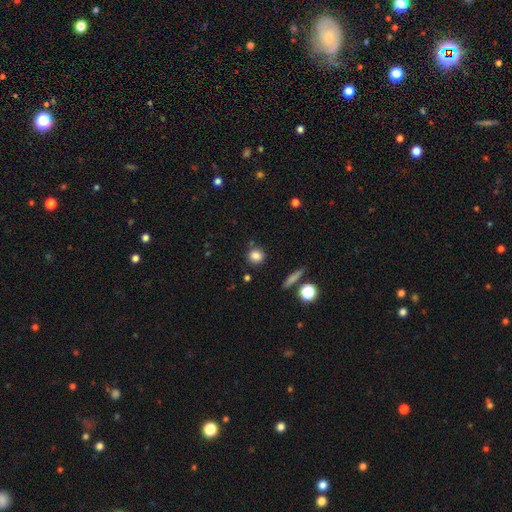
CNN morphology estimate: type=smooth (84%); roundness=round (83%); merging=none (83%).